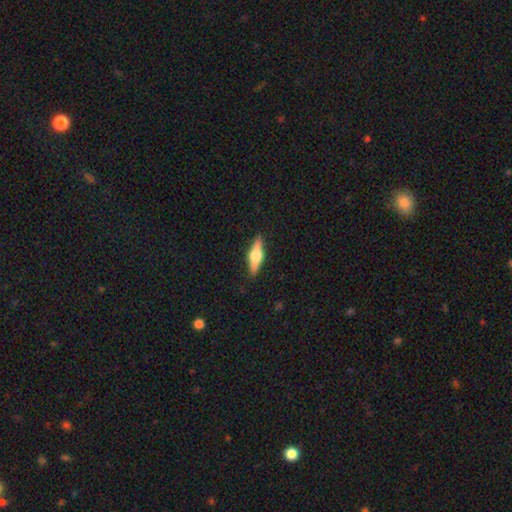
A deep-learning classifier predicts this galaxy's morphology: Smooth or featured: featured or disk — 56% (smooth — 38%)
Edge-on disk: yes — 95% (no — 5%)
Edge-on bulge: rounded — 94% (boxy — 5%)
Merging: none — 89% (minor disturbance — 8%)